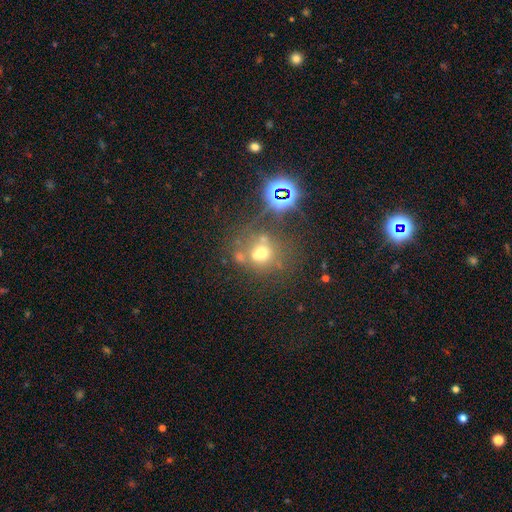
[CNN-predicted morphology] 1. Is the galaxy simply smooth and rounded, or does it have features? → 46% smooth, 36% star or artifact, 19% featured or disk.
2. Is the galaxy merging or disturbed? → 51% none, 28% merger, 12% minor disturbance, 8% major disturbance.